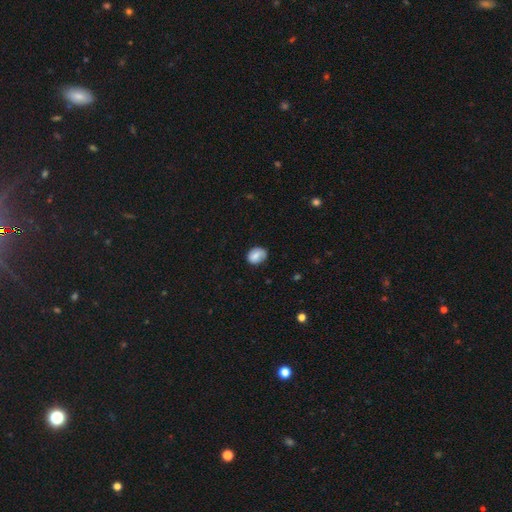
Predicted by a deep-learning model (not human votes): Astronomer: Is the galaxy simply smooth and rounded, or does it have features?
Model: smooth — 74%.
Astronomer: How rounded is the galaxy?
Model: in between — 52% (runner-up: round, 47%).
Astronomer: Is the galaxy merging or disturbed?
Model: none — 70%.